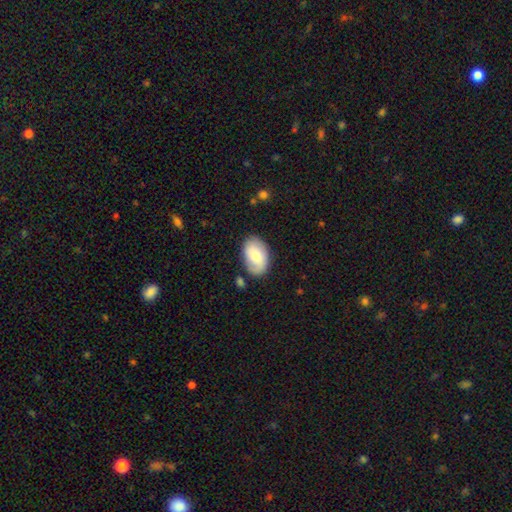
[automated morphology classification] smooth-or-featured: smooth: 66% | featured or disk: 28% | star or artifact: 6%
  how-rounded: in between: 90% | round: 8% | cigar-shaped: 1%
  merging: none: 78% | minor disturbance: 15% | major disturbance: 4% | merger: 3%